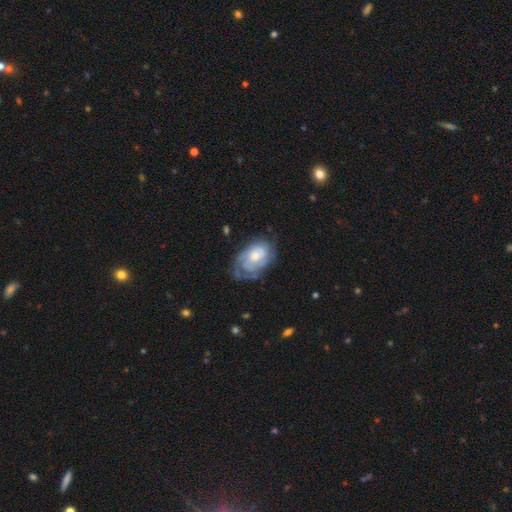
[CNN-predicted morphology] smooth-or-featured: featured or disk: 65% | smooth: 28% | star or artifact: 6%
  disk-edge-on: no: 96% | yes: 4%
    bar: no: 76% | weak: 21% | strong: 3%
    has-spiral-arms: yes: 76% | no: 24%
    bulge-size: moderate: 50% | small: 37% | large: 8% | none: 3% | dominant: 1%
  merging: none: 50% | minor disturbance: 28% | major disturbance: 20% | merger: 2%